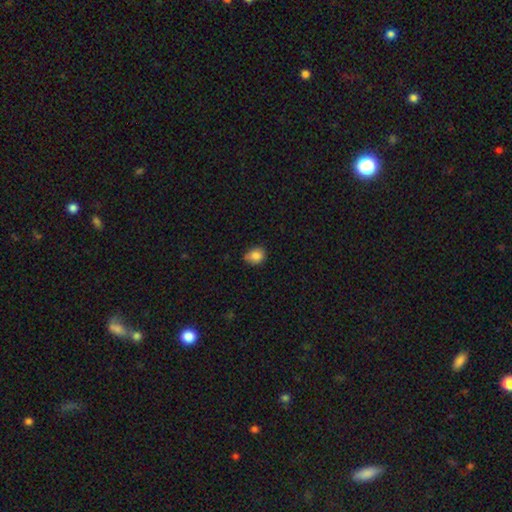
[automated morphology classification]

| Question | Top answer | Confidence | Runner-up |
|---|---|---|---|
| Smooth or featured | smooth | 83% | star or artifact (9%) |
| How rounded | round | 57% | in between (43%) |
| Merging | none | 65% | minor disturbance (28%) |